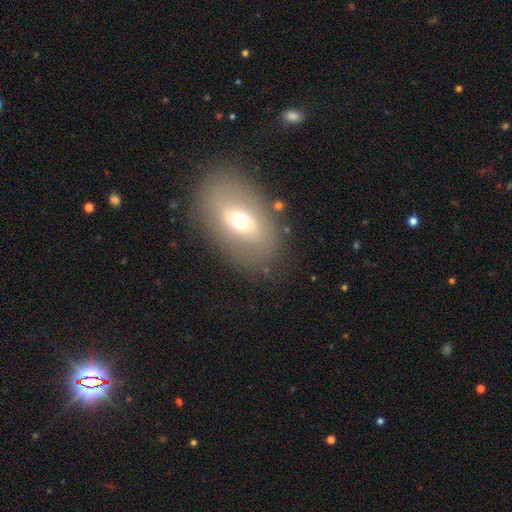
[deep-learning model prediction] Smooth or featured: smooth — 52% (featured or disk — 37%)
How rounded: in between — 84% (round — 14%)
Merging: none — 81% (minor disturbance — 12%)